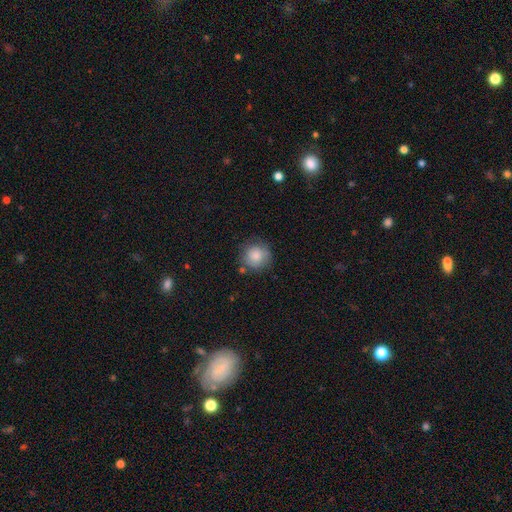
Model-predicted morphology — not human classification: A smooth galaxy with no disk features (82%) that is round (92%).

Vote fractions:
- Smooth or featured? smooth: 82% / featured or disk: 10% / star or artifact: 8%
- How rounded? round: 92% / in between: 7% / cigar-shaped: 1%
- Merging? none: 76% / minor disturbance: 16% / major disturbance: 4% / merger: 4%